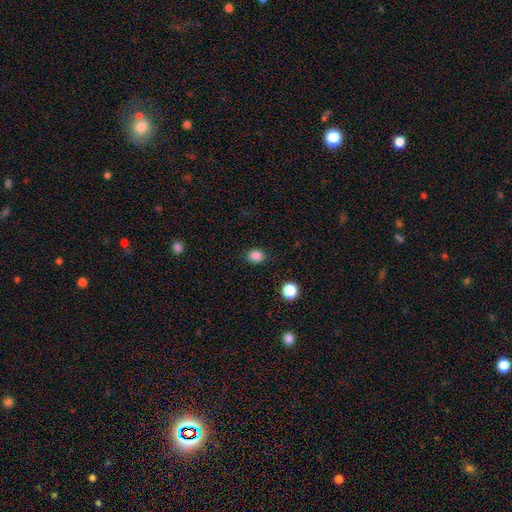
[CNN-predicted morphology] A smooth galaxy with no disk features (85%) that is round (55%).

Vote fractions:
- Smooth or featured? smooth: 85% / star or artifact: 12% / featured or disk: 3%
- How rounded? round: 55% / in between: 44% / cigar-shaped: 1%
- Merging? none: 85% / minor disturbance: 11% / major disturbance: 3% / merger: 2%